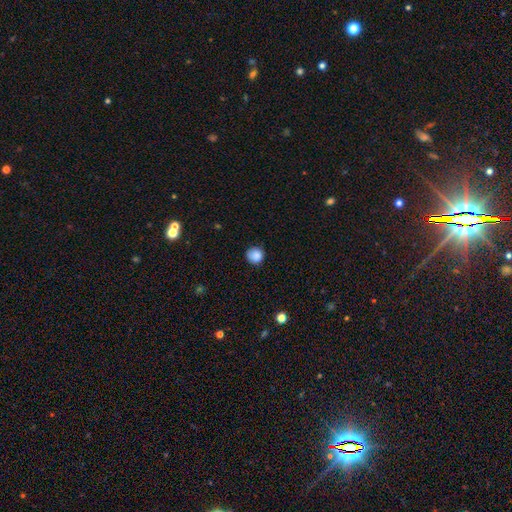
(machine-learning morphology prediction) Q: Smooth or featured?
A: smooth (86%); runner-up: star or artifact (10%)
Q: How rounded?
A: round (90%); runner-up: in between (9%)
Q: Merging?
A: none (80%); runner-up: minor disturbance (16%)